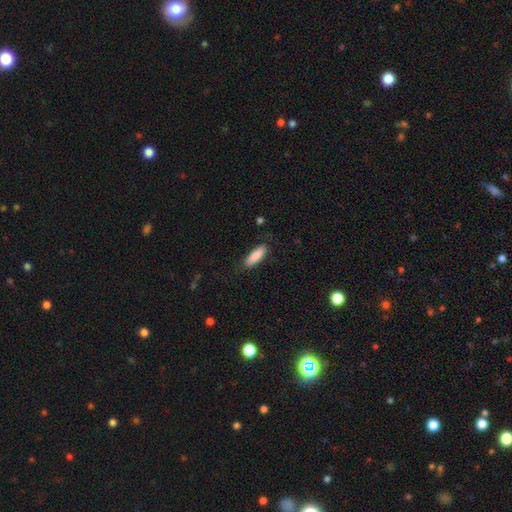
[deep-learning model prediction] smooth 88%, featured or disk 7%, star or artifact 6%. Down the decision tree: how rounded — in between (58%); merging — none (79%).